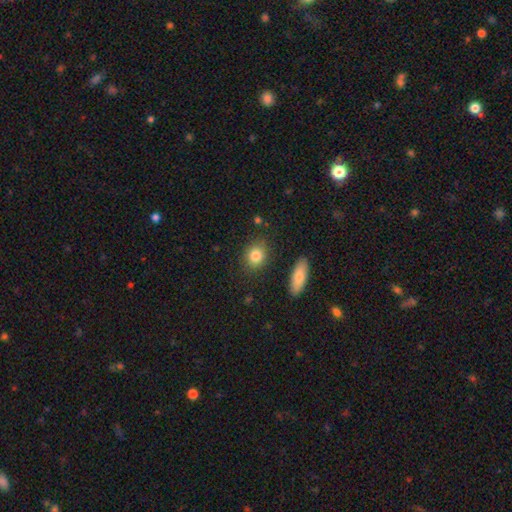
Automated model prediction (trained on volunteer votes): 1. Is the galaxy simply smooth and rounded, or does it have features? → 83% smooth, 8% star or artifact, 8% featured or disk.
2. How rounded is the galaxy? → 53% round, 45% in between, 3% cigar-shaped.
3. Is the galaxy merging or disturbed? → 84% none, 10% minor disturbance, 3% merger, 3% major disturbance.